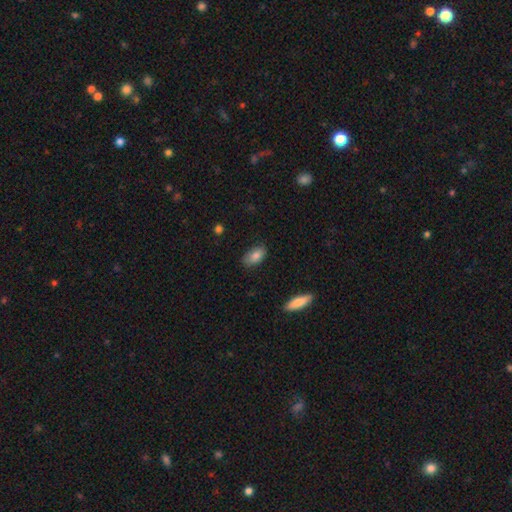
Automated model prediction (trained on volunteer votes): This appears to be a smooth galaxy with no disk features (83%) that is in between round and cigar-shaped (91%). Merging: none (77%).